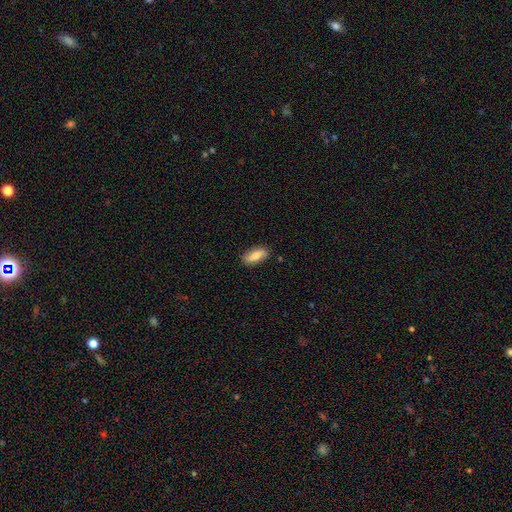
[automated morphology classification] smooth-or-featured: smooth: 77% | featured or disk: 17% | star or artifact: 6%
  how-rounded: in between: 74% | cigar-shaped: 23% | round: 3%
  merging: none: 85% | minor disturbance: 11% | major disturbance: 2% | merger: 1%